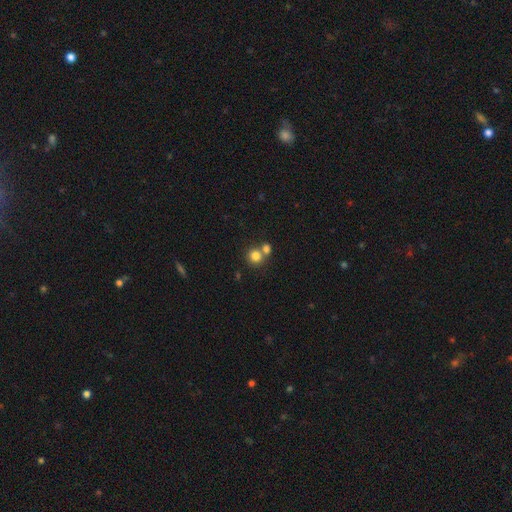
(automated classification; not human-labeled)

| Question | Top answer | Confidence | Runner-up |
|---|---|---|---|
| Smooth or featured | smooth | 80% | star or artifact (12%) |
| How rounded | round | 88% | in between (11%) |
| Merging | none | 51% | merger (40%) |